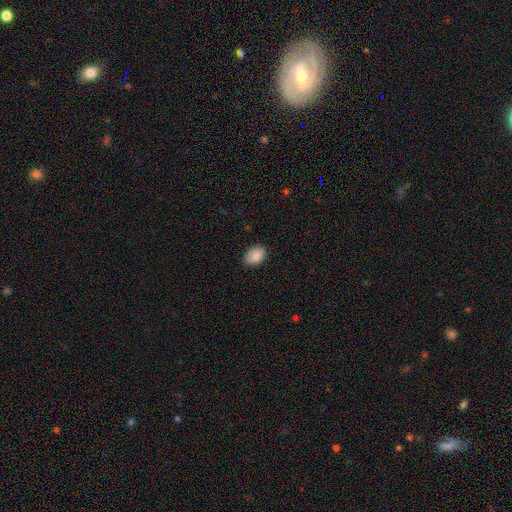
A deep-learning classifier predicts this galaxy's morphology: A smooth galaxy with no disk features (87%) that is in between round and cigar-shaped (80%).

Vote fractions:
- Smooth or featured? smooth: 87% / star or artifact: 7% / featured or disk: 6%
- How rounded? in between: 80% / round: 19% / cigar-shaped: 1%
- Merging? none: 85% / minor disturbance: 11% / major disturbance: 2% / merger: 1%